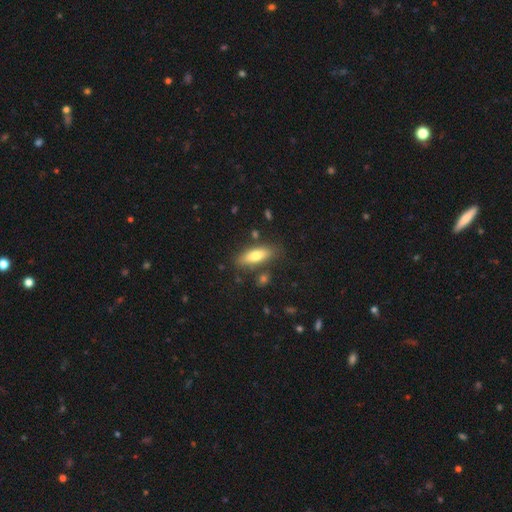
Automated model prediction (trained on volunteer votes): Overall: smooth (70%). How rounded: in between (59%; cigar-shaped 38%). Merging: none (79%).